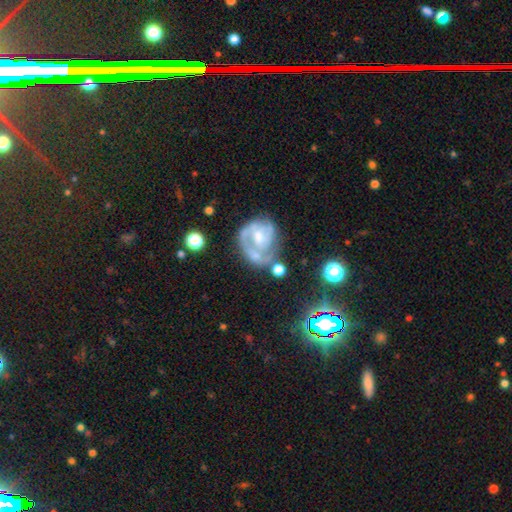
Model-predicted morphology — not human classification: Smooth or featured: featured or disk — 73% (smooth — 18%)
Edge-on disk: no — 98% (yes — 2%)
Bar: no — 53% (weak — 37%)
Spiral arms: yes — 81% (no — 19%)
Spiral winding: tight — 48% (medium — 38%)
Spiral arm count: 2 — 39% (1 — 26%)
Bulge size: moderate — 41% (small — 40%)
Merging: none — 42% (minor disturbance — 23%)